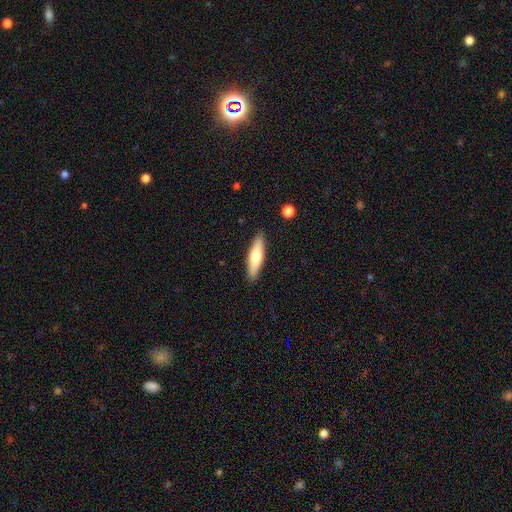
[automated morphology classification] Smooth or featured? Predicted: smooth (p=0.65). How rounded? Predicted: cigar-shaped (p=0.68). Merging? Predicted: none (p=0.88).